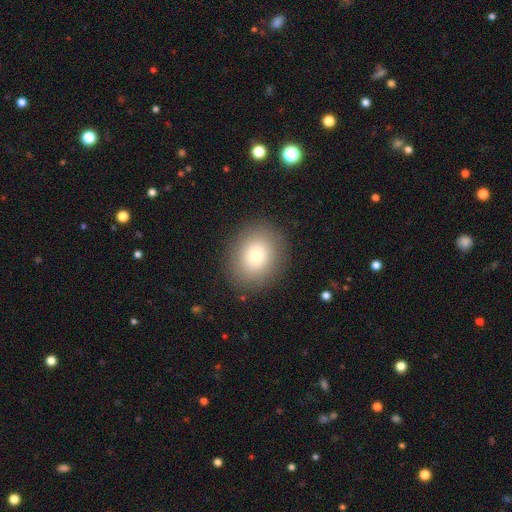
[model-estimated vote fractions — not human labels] Smooth or featured: smooth — 74% (featured or disk — 14%)
How rounded: round — 61% (in between — 38%)
Merging: none — 87% (minor disturbance — 8%)